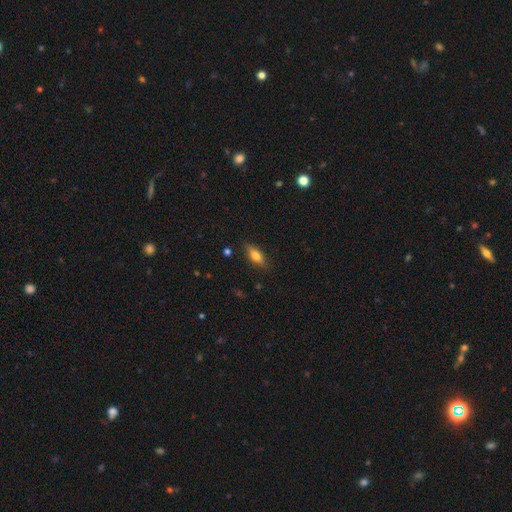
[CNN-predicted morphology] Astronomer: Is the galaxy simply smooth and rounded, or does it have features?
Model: smooth — 71%.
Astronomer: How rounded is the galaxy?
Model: in between — 69%.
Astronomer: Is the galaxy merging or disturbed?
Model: none — 82%.